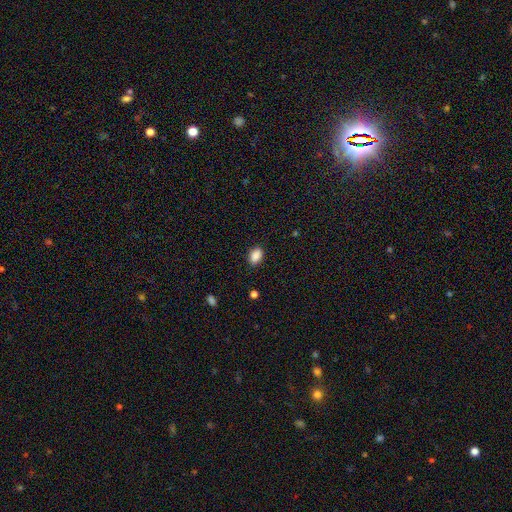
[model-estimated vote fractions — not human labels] Smooth or featured? smooth (89%)
How rounded? in between (86%)
Merging? none (86%)